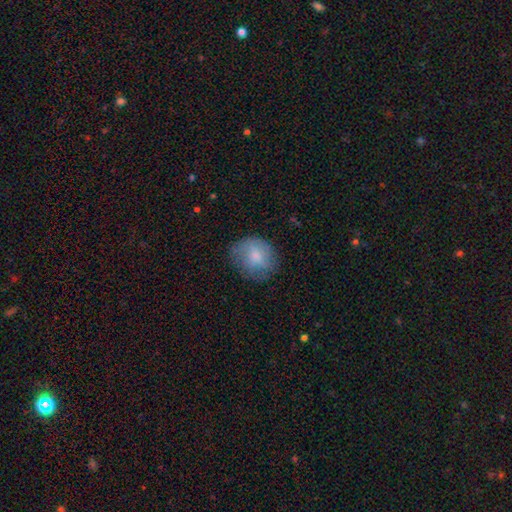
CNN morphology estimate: This appears to be a smooth galaxy with no disk features (72%) that is round (70%). Merging: none (69%).